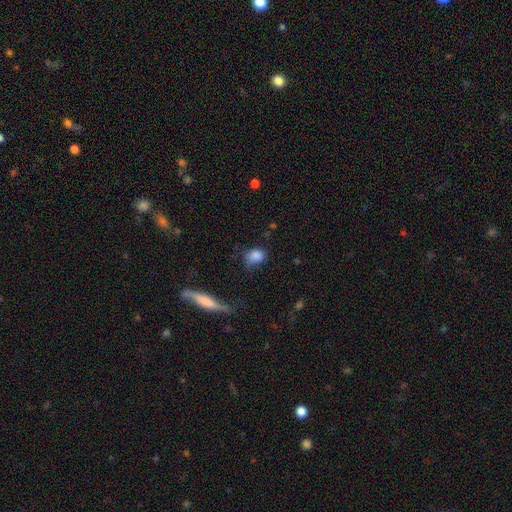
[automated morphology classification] Smooth or featured? smooth (83%)
How rounded? in between (61%)
Merging? none (55%)